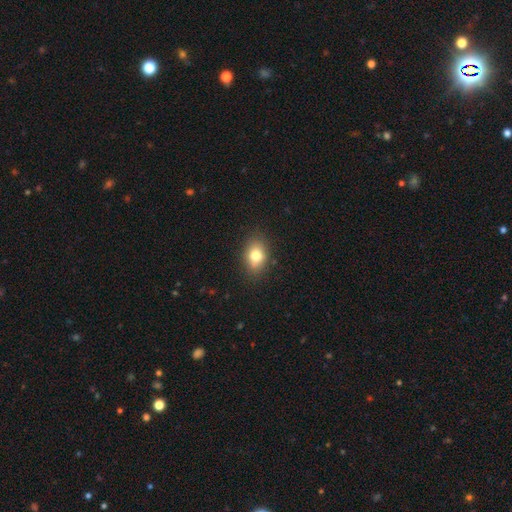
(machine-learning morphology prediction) Smooth or featured: smooth — 78% (featured or disk — 12%)
How rounded: in between — 75% (round — 24%)
Merging: none — 84% (minor disturbance — 12%)